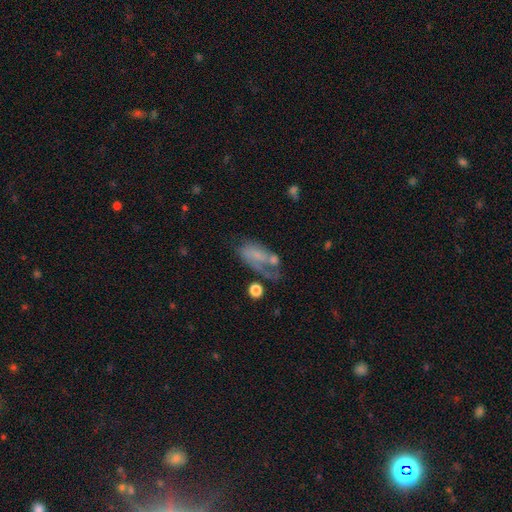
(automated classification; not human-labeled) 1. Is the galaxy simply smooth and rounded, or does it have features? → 51% featured or disk, 39% smooth, 10% star or artifact.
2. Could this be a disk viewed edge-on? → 94% no, 6% yes.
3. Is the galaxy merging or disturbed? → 36% major disturbance, 27% none, 21% minor disturbance, 16% merger.